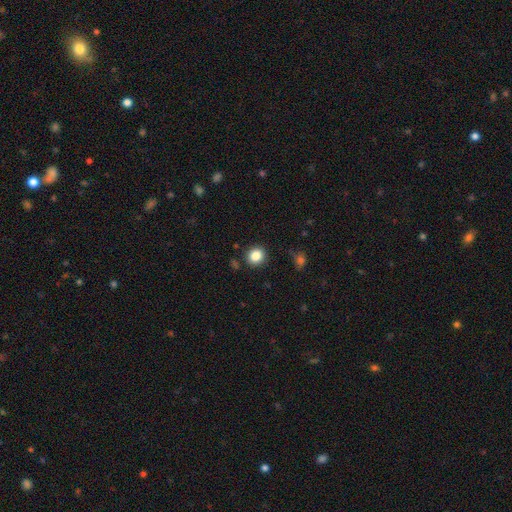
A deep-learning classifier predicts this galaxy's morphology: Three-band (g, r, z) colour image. It shows a smooth galaxy with no disk features (85%) that is round (82%). Merging: none (88%).